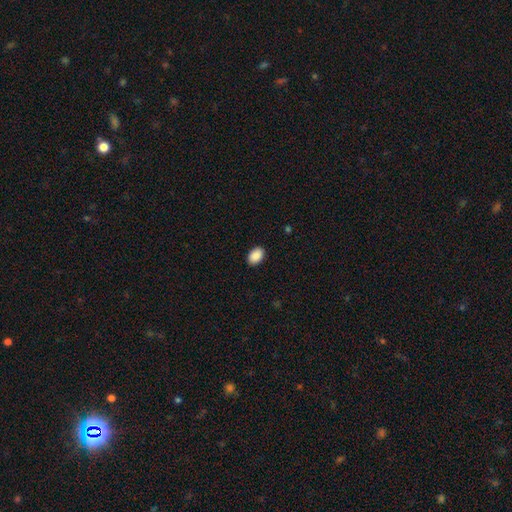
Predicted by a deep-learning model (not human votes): smooth-or-featured: smooth: 90% | star or artifact: 7% | featured or disk: 2%
  how-rounded: in between: 85% | round: 14% | cigar-shaped: 1%
  merging: none: 90% | minor disturbance: 8% | major disturbance: 2% | merger: 1%